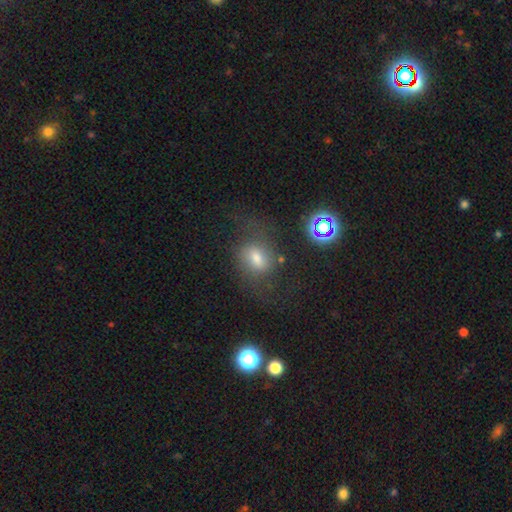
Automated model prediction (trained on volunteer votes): Overall: smooth (49%; featured or disk 32%). Merging: none (57%; minor disturbance 20%).